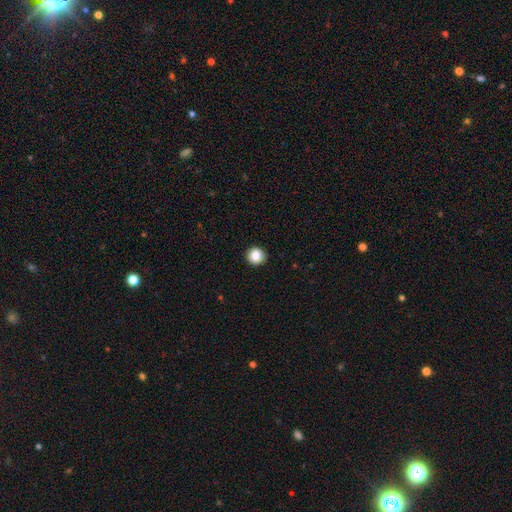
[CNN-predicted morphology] smooth 86%, star or artifact 10%, featured or disk 5%. Down the decision tree: how rounded — round (93%); merging — none (91%).